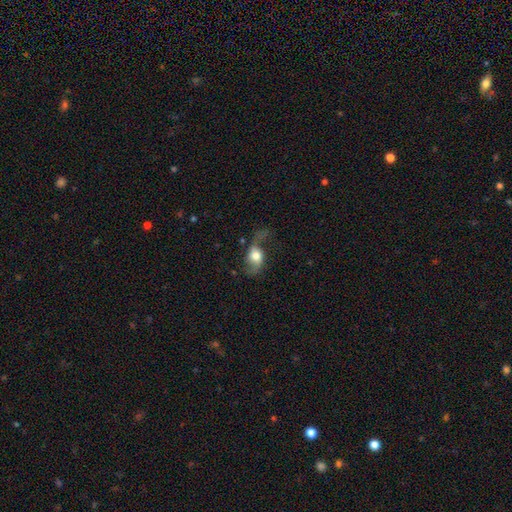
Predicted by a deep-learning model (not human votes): This appears to be a featured or disk galaxy (55%). Merging: none (48%).